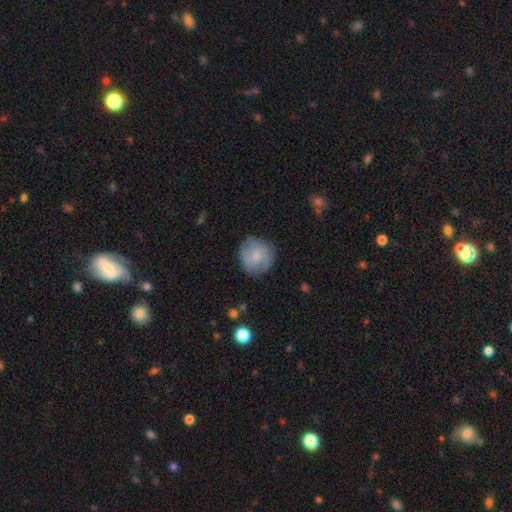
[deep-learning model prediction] Q: Smooth or featured?
A: smooth (63%); runner-up: featured or disk (30%)
Q: How rounded?
A: round (91%); runner-up: in between (8%)
Q: Merging?
A: none (80%); runner-up: minor disturbance (15%)